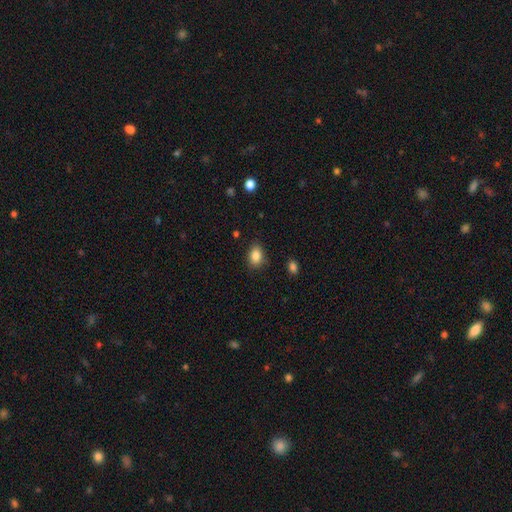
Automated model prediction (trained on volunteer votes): smooth-or-featured: smooth: 86% | star or artifact: 9% | featured or disk: 5%
  how-rounded: in between: 72% | round: 27% | cigar-shaped: 1%
  merging: none: 83% | minor disturbance: 13% | major disturbance: 3% | merger: 1%